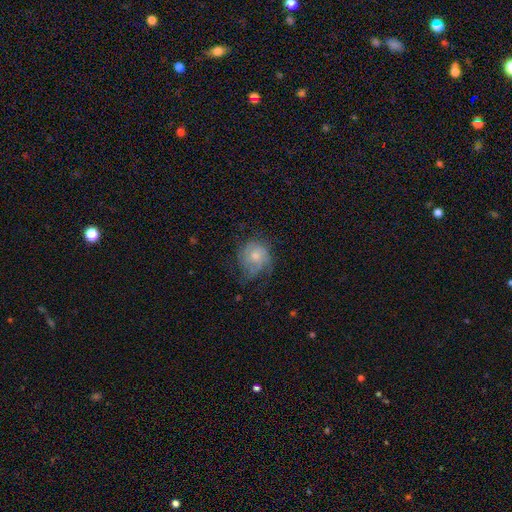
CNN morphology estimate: This is possibly a featured or disk galaxy (51%). It is clearly not viewed edge-on (97%). Merging: possibly none (46%).